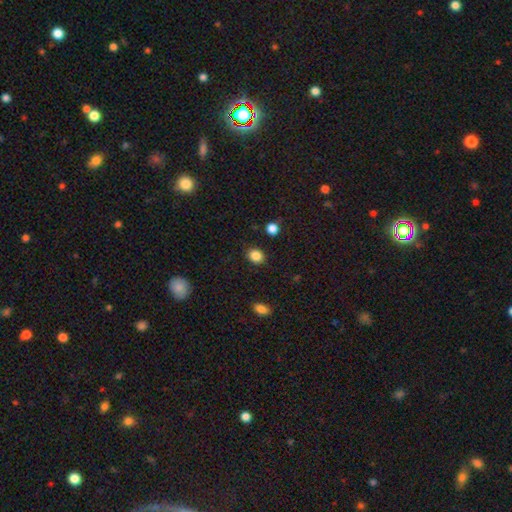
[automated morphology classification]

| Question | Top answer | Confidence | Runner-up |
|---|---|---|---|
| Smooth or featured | smooth | 86% | star or artifact (10%) |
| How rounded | round | 53% | in between (46%) |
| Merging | none | 88% | minor disturbance (8%) |